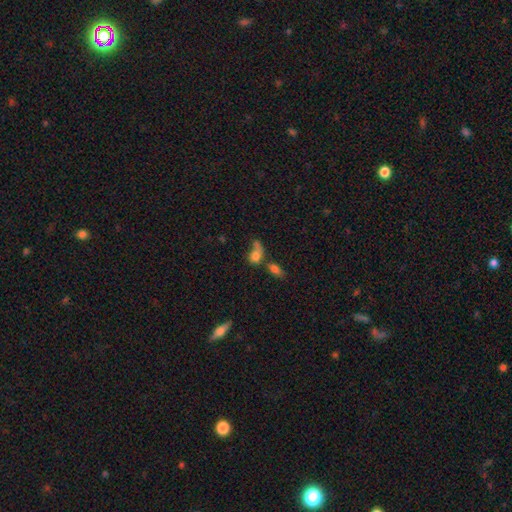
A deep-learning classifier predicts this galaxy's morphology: Q: Smooth or featured?
A: smooth (70%); runner-up: featured or disk (20%)
Q: How rounded?
A: in between (58%); runner-up: round (37%)
Q: Merging?
A: merger (45%); runner-up: major disturbance (22%)